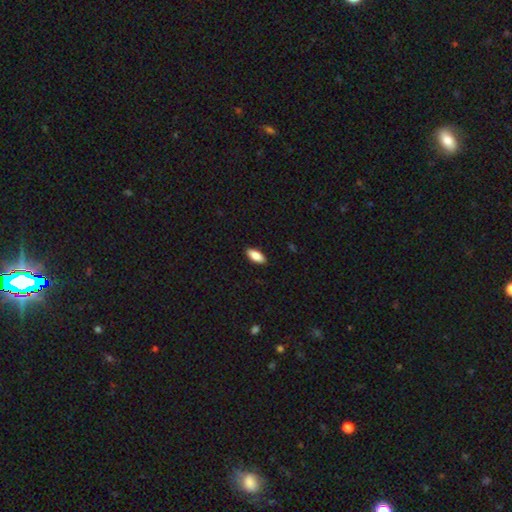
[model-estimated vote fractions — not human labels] smooth_or_featured: smooth (p=0.85) [alt: featured or disk p=0.09]
how_rounded: in between (p=0.85) [alt: cigar-shaped p=0.13]
merging: none (p=0.90) [alt: minor disturbance p=0.08]